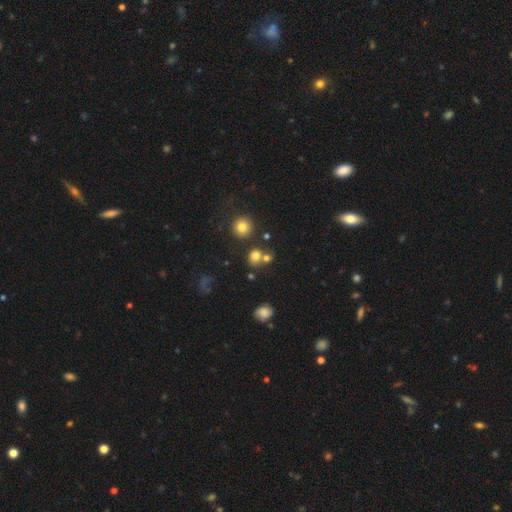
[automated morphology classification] Smooth or featured? Predicted: smooth (p=0.76). How rounded? Predicted: round (p=0.74). Merging? Predicted: none (p=0.60).